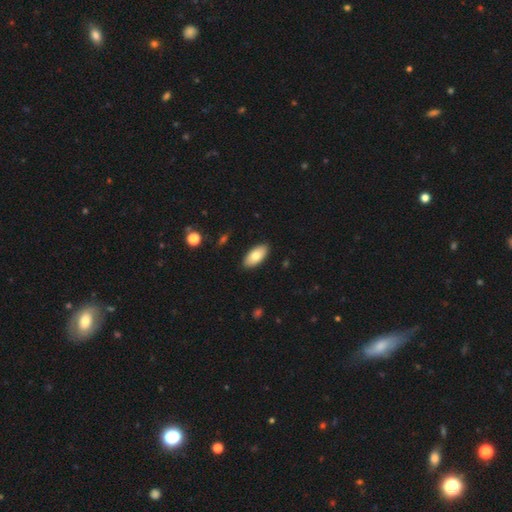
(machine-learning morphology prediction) smooth-or-featured: smooth: 78% | featured or disk: 16% | star or artifact: 6%
  how-rounded: in between: 92% | cigar-shaped: 5% | round: 2%
  merging: none: 89% | minor disturbance: 8% | major disturbance: 2% | merger: 1%